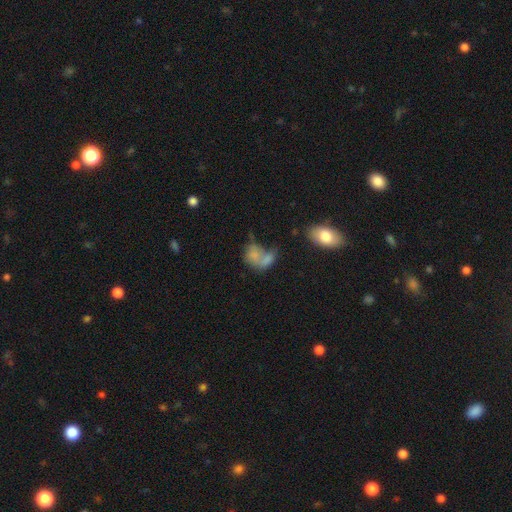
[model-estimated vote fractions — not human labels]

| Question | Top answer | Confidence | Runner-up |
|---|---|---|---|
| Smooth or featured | smooth | 70% | featured or disk (19%) |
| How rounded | in between | 64% | round (34%) |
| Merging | merger | 58% | none (20%) |